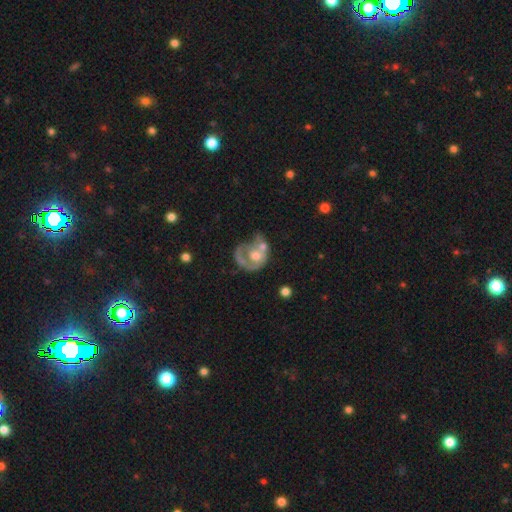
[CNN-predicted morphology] This is likely a featured or disk galaxy (62%). It is clearly not viewed edge-on (98%). Bar: clearly no (80%). Spiral arm pattern: possibly no (55%). Central bulge: likely moderate (62%). Merging: marginally merger (38%).